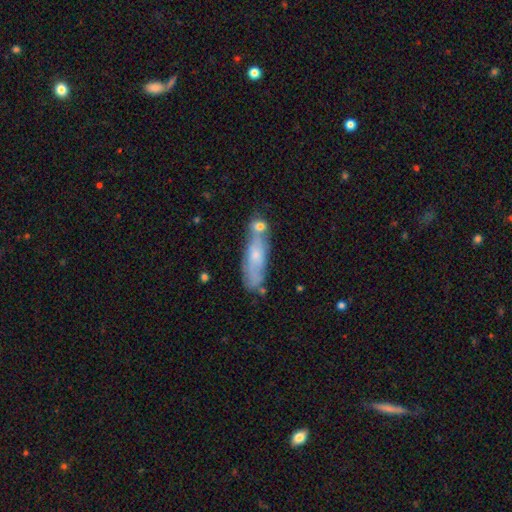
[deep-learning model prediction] Q: Smooth or featured?
A: smooth (53%); runner-up: featured or disk (39%)
Q: How rounded?
A: cigar-shaped (61%); runner-up: in between (37%)
Q: Merging?
A: none (48%); runner-up: merger (26%)